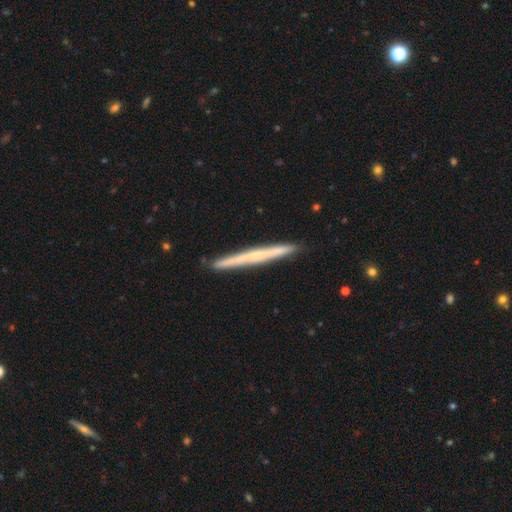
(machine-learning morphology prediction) Smooth or featured? Predicted: featured or disk (p=0.52). Edge-on disk? Predicted: yes (p=0.97). Edge-on bulge? Predicted: none (p=0.76). Merging? Predicted: none (p=0.91).